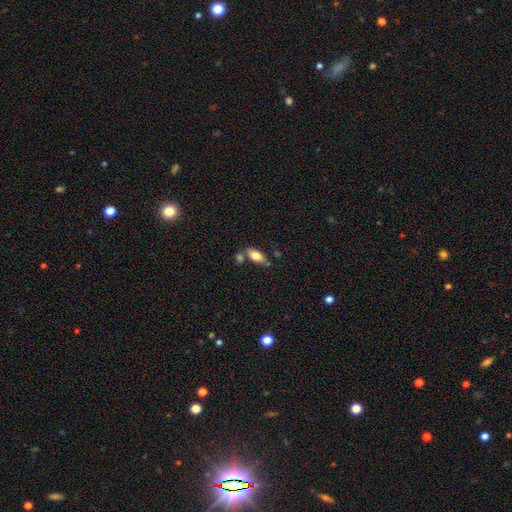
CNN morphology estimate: smooth 78%, featured or disk 14%, star or artifact 7%. Down the decision tree: how rounded — in between (88%); merging — none (61%).